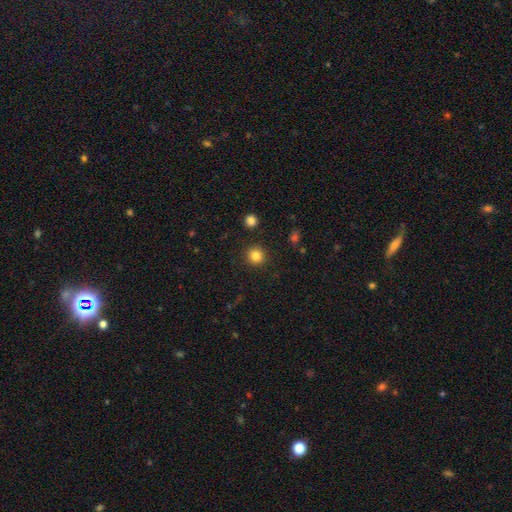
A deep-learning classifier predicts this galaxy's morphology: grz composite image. It shows a smooth galaxy with no disk features (84%) that is round (93%). Merging: none (91%).